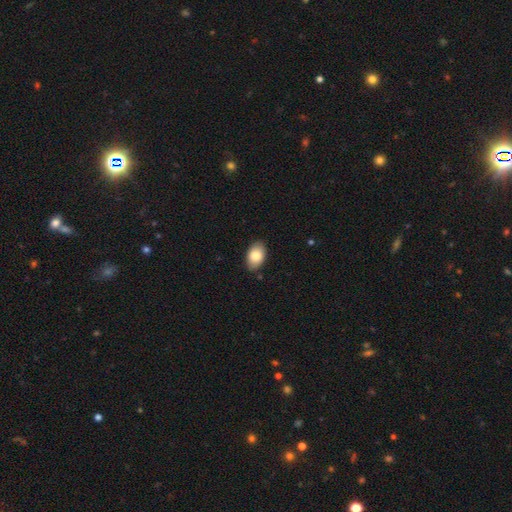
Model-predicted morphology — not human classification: Overall: smooth (85%). How rounded: in between (91%). Merging: none (86%).